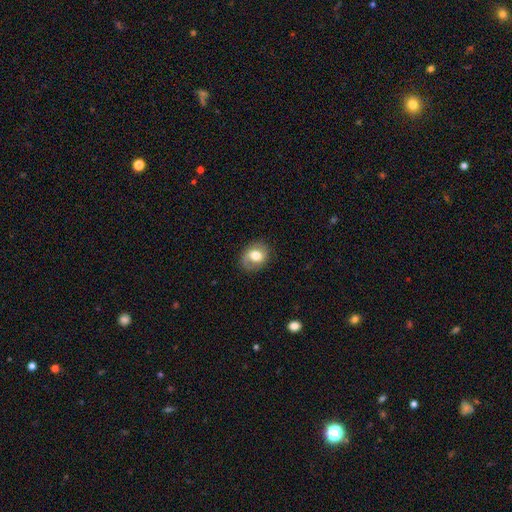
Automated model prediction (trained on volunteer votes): smooth_or_featured: smooth (p=0.57) [alt: featured or disk p=0.35]
how_rounded: round (p=0.55) [alt: in between p=0.44]
merging: none (p=0.78) [alt: minor disturbance p=0.16]